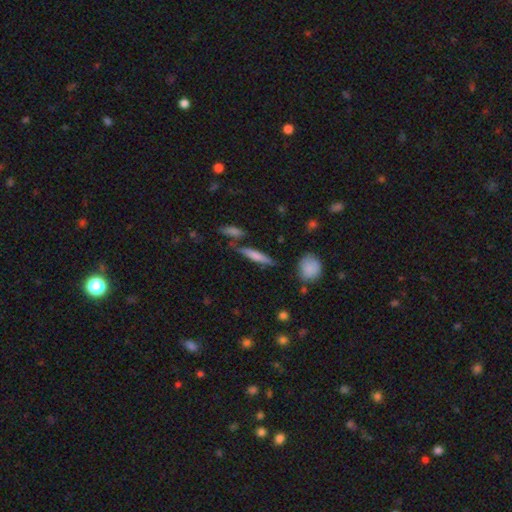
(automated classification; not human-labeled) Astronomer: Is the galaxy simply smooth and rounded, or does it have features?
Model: smooth — 65%.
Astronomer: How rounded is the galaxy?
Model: cigar-shaped — 81%.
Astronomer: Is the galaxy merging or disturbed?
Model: none — 73%.